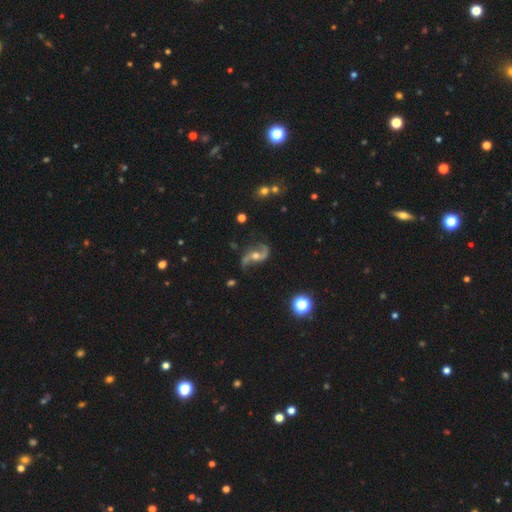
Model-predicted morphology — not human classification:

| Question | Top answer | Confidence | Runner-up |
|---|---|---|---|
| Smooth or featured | featured or disk | 89% | star or artifact (6%) |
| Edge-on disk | no | 97% | yes (3%) |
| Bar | no | 55% | weak (33%) |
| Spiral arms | yes | 97% | no (3%) |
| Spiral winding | loose | 80% | medium (16%) |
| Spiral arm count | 2 | 94% | 1 (2%) |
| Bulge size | moderate | 66% | small (24%) |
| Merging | none | 75% | minor disturbance (15%) |